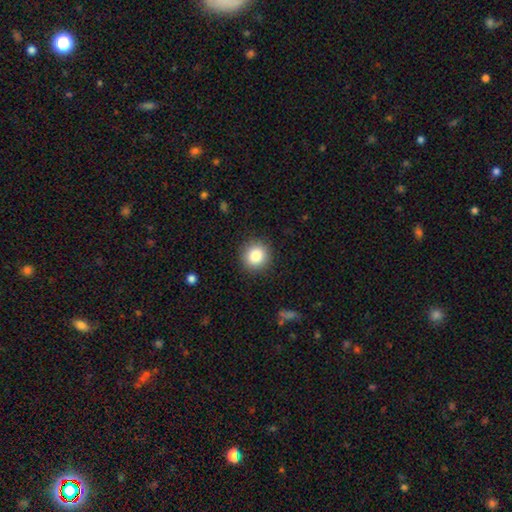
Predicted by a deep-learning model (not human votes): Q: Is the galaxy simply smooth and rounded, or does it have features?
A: smooth — 84%.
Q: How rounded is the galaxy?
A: round — 91%.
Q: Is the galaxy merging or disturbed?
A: none — 90%.